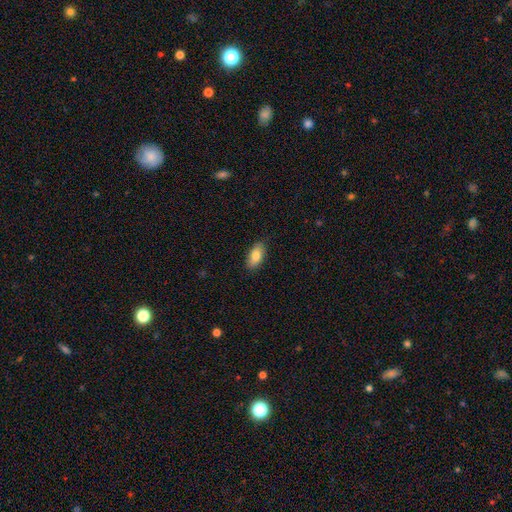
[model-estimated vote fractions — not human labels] Smooth or featured? Predicted: smooth (p=0.81). How rounded? Predicted: in between (p=0.91). Merging? Predicted: none (p=0.85).